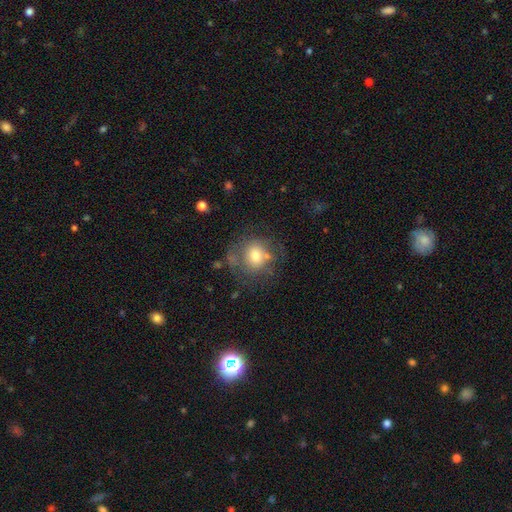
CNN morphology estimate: Smooth or featured?
  - smooth: 63% *
  - featured or disk: 27%
  - star or artifact: 10%
How rounded?
  - round: 77% *
  - in between: 22%
  - cigar-shaped: 1%
Merging?
  - none: 56% *
  - minor disturbance: 22%
  - major disturbance: 14%
  - merger: 8%